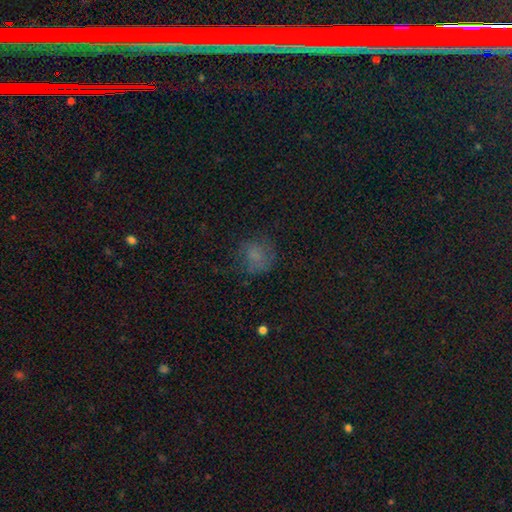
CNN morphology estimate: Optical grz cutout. It shows a smooth galaxy with no disk features (64%) that is round (77%). Merging: none (64%).